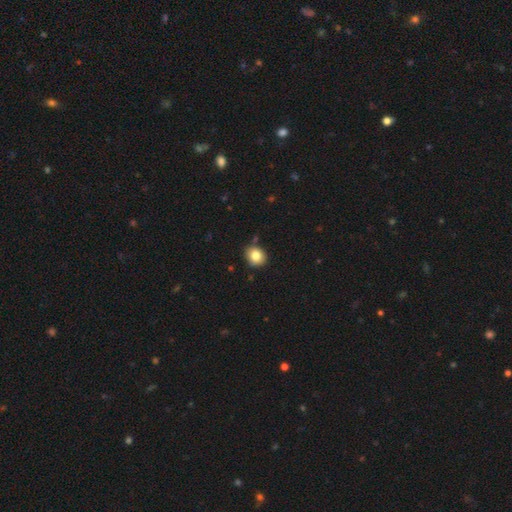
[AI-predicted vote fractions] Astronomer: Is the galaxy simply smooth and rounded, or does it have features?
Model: smooth — 81%.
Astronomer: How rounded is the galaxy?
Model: round — 71%.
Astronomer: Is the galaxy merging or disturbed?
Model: none — 84%.